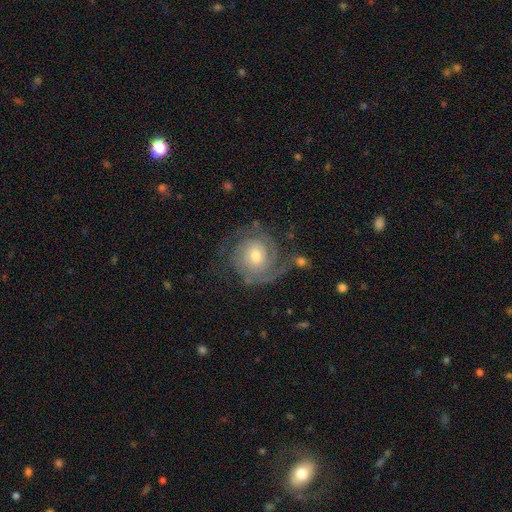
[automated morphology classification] type=featured or disk (85%); edge-on=no (98%); bar=no (69%); spiral arms=yes (96%); winding=tight (65%); arm count=2 (63%); bulge=moderate (61%); merging=none (69%).